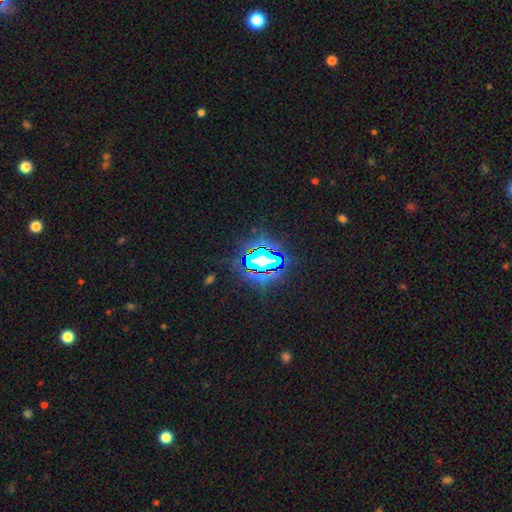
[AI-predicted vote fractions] Overall: star or artifact (82%).